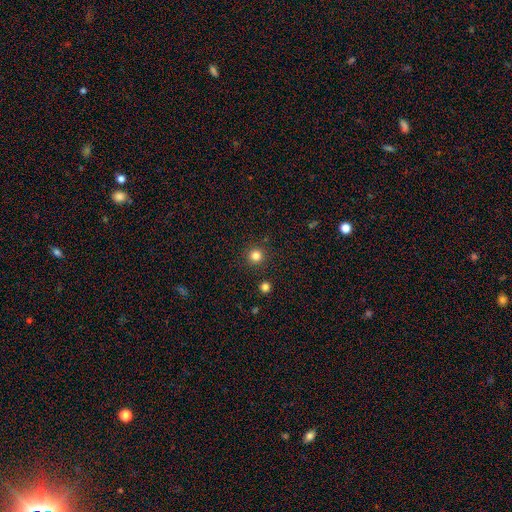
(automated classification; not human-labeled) A smooth galaxy with no disk features (82%) that is round (95%).

Vote fractions:
- Smooth or featured? smooth: 82% / star or artifact: 14% / featured or disk: 5%
- How rounded? round: 95% / in between: 4% / cigar-shaped: 1%
- Merging? none: 90% / minor disturbance: 6% / merger: 2% / major disturbance: 2%